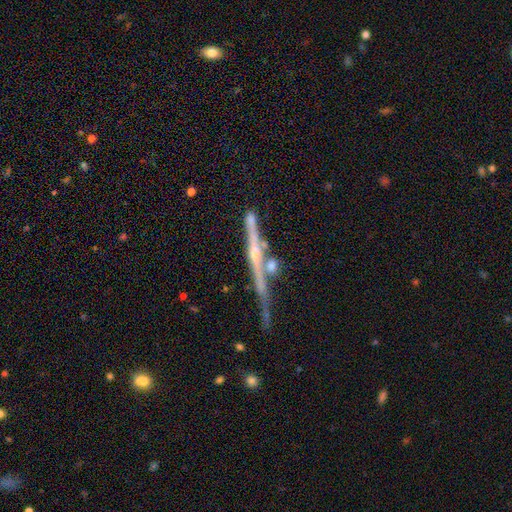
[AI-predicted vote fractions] Overall: featured or disk (78%). Edge-on disk: yes (96%). Edge-on bulge: rounded (58%; none 34%). Merging: none (57%; minor disturbance 19%).